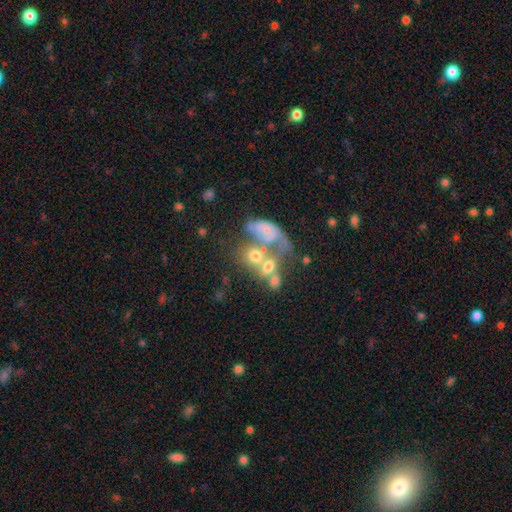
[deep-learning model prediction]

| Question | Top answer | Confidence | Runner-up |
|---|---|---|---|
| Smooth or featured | featured or disk | 44% | smooth (42%) |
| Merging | merger | 58% | major disturbance (17%) |